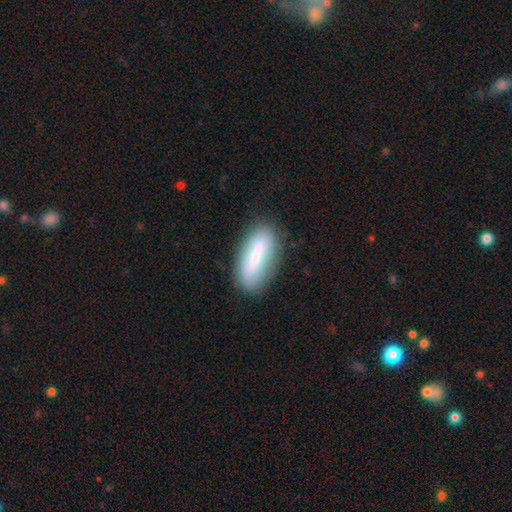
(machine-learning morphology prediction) Smooth or featured?
  - smooth: 62% *
  - featured or disk: 31%
  - star or artifact: 7%
How rounded?
  - in between: 71% *
  - cigar-shaped: 26%
  - round: 3%
Merging?
  - none: 81% *
  - minor disturbance: 13%
  - major disturbance: 4%
  - merger: 2%